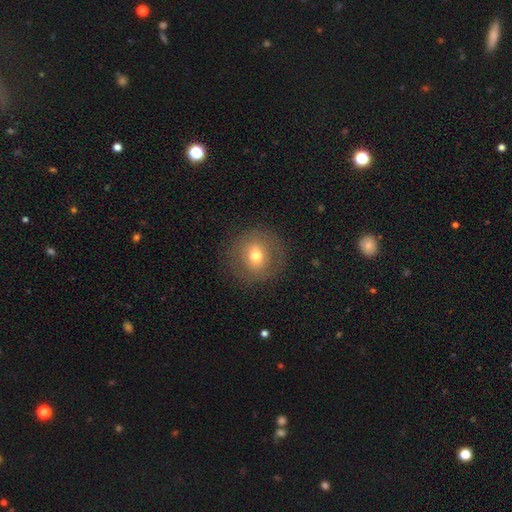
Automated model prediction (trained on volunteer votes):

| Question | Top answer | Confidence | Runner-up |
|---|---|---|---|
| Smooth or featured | smooth | 62% | featured or disk (28%) |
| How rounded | round | 89% | in between (10%) |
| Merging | none | 84% | minor disturbance (10%) |